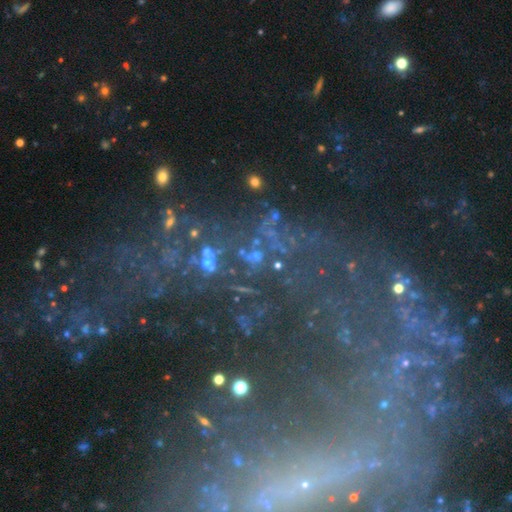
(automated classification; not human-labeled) Smooth or featured: star or artifact — 56% (featured or disk — 27%)